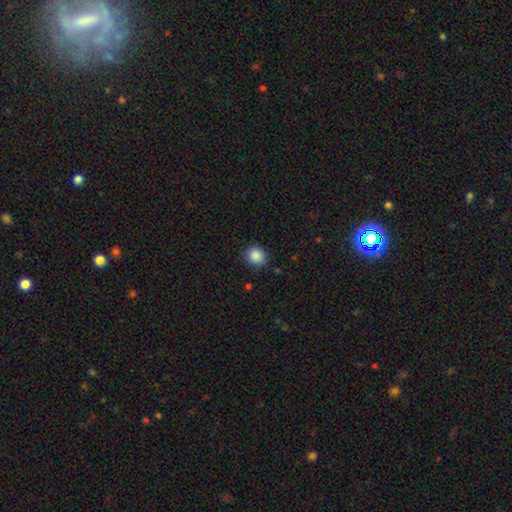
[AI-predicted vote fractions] This appears to be a smooth galaxy with no disk features (88%) that is round (79%). Merging: none (87%).